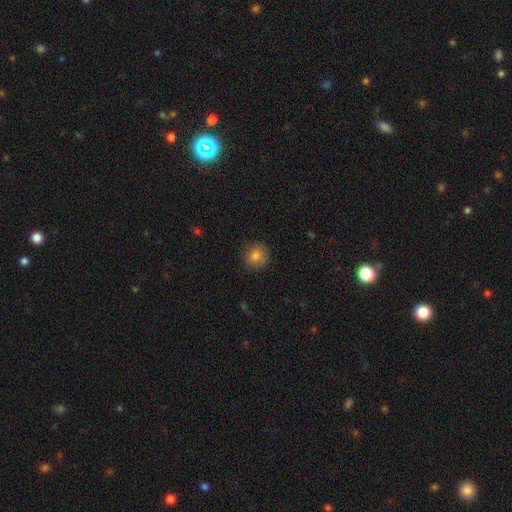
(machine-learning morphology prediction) This appears to be a smooth galaxy with no disk features (83%) that is round (90%). Merging: none (87%).